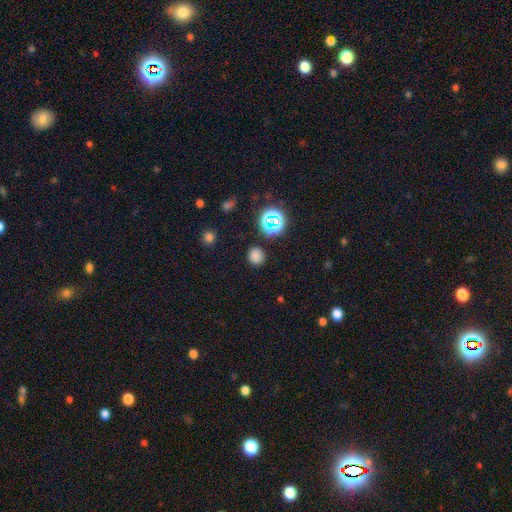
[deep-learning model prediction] Smooth or featured?
  - smooth: 74% *
  - star or artifact: 21%
  - featured or disk: 5%
How rounded?
  - round: 85% *
  - in between: 13%
  - cigar-shaped: 1%
Merging?
  - none: 87% *
  - minor disturbance: 8%
  - major disturbance: 3%
  - merger: 2%